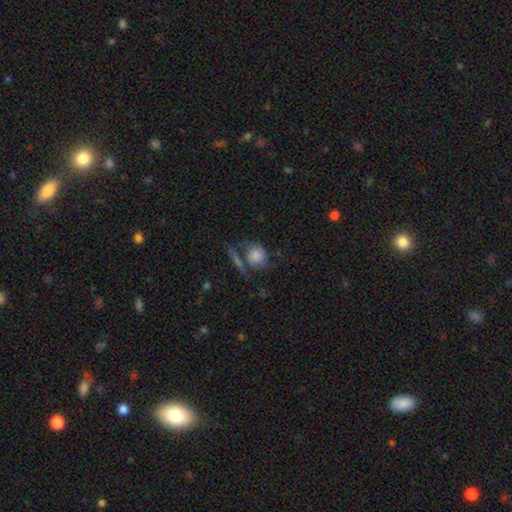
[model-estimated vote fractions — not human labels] This is possibly a smooth galaxy (58%). How rounded: likely round (72%). Merging: marginally none (41%).